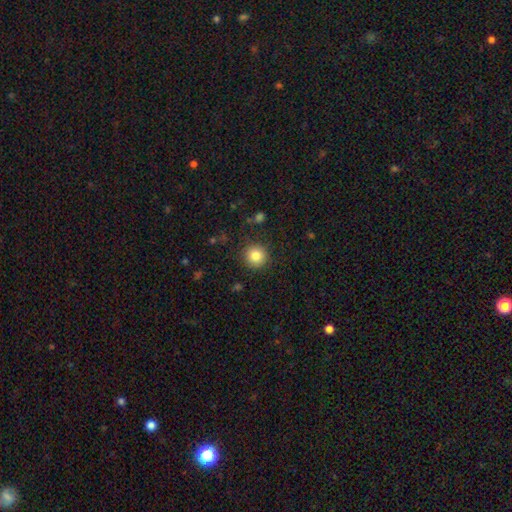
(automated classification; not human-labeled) A smooth galaxy with no disk features (84%) that is round (94%).

Vote fractions:
- Smooth or featured? smooth: 84% / star or artifact: 10% / featured or disk: 6%
- How rounded? round: 94% / in between: 5% / cigar-shaped: 1%
- Merging? none: 89% / minor disturbance: 7% / major disturbance: 3% / merger: 1%